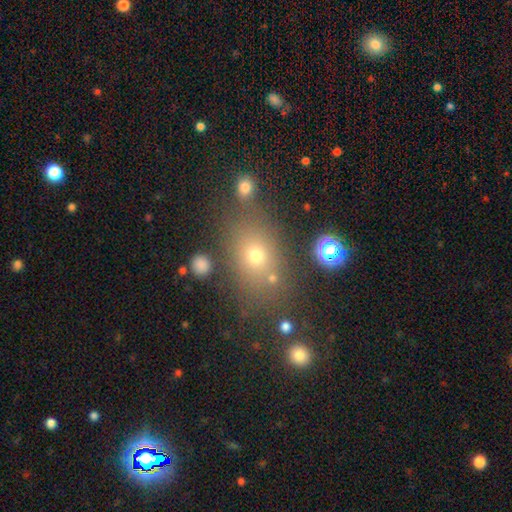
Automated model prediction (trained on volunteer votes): This is likely a smooth galaxy (61%). How rounded: possibly in between (59%). Merging: likely none (74%).